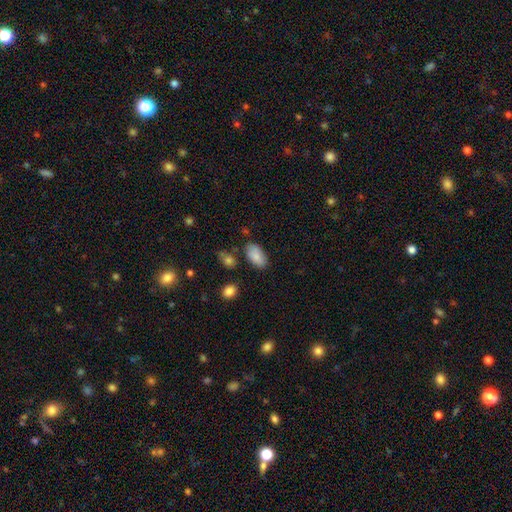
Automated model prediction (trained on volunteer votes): Q: Smooth or featured?
A: smooth (84%); runner-up: featured or disk (9%)
Q: How rounded?
A: in between (94%); runner-up: round (3%)
Q: Merging?
A: none (75%); runner-up: minor disturbance (16%)